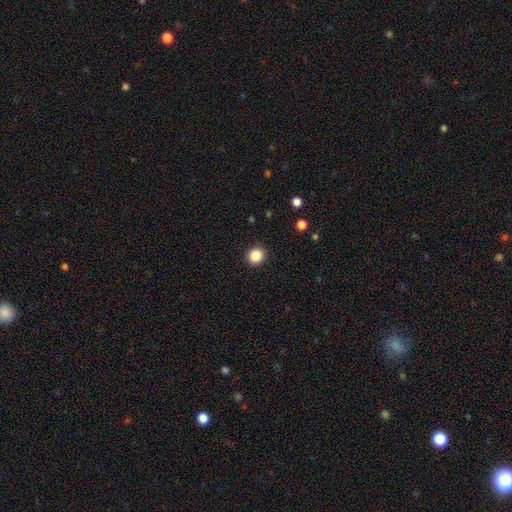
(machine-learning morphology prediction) smooth_or_featured: smooth (p=0.87) [alt: star or artifact p=0.10]
how_rounded: round (p=0.90) [alt: in between p=0.09]
merging: none (p=0.92) [alt: minor disturbance p=0.05]